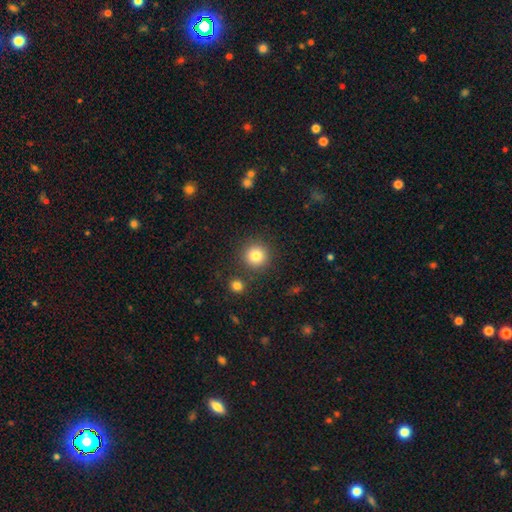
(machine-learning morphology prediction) smooth 82%, star or artifact 11%, featured or disk 7%. Down the decision tree: how rounded — round (94%); merging — none (87%).